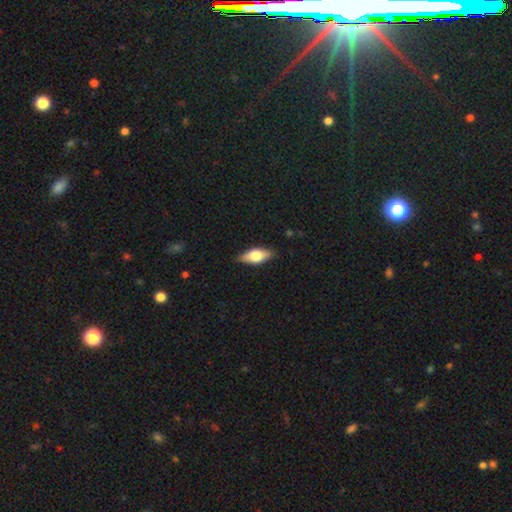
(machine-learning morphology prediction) smooth 59%, featured or disk 35%, star or artifact 6%. Down the decision tree: how rounded — in between (78%); merging — none (86%).